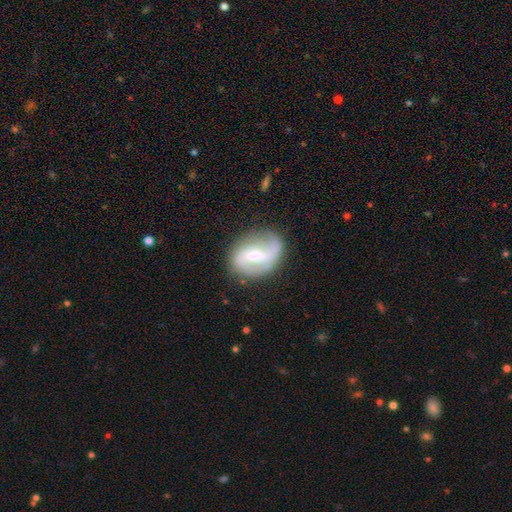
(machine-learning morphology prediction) This appears to be a featured or disk galaxy (77%) with a weak bar (49%), 2 (78%) loose (55%) spiral arms (88%) and a moderate central bulge (48%). Merging: none (72%).